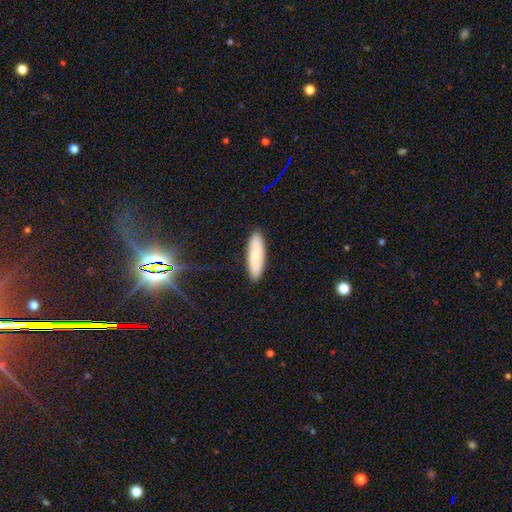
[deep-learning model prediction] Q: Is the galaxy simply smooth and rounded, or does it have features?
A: smooth — 74%.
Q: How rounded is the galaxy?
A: cigar-shaped — 55%.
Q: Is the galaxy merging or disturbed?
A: none — 88%.